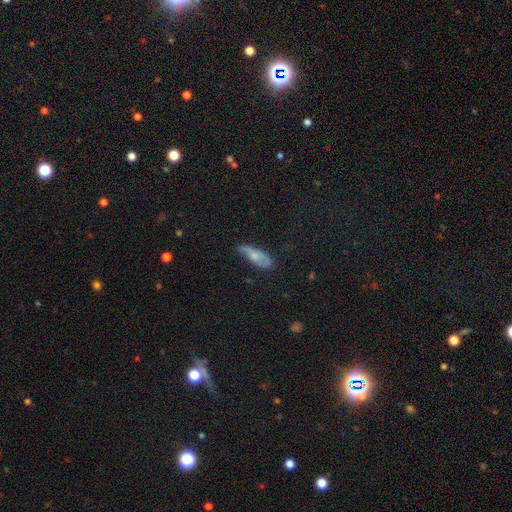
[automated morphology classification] This is likely a smooth galaxy (64%). How rounded: likely in between (62%). Merging: possibly none (49%).